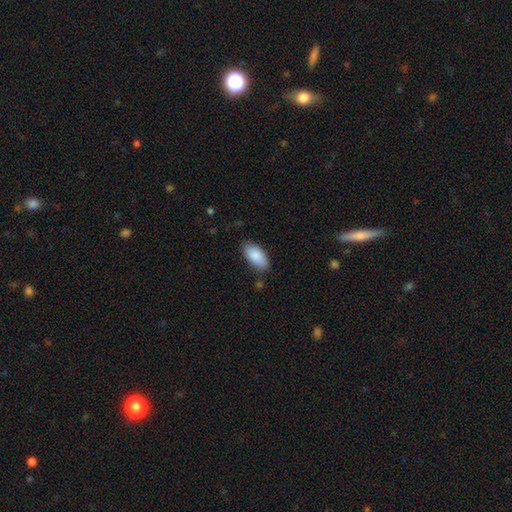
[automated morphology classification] Smooth or featured: smooth — 88% (star or artifact — 6%)
How rounded: in between — 93% (cigar-shaped — 5%)
Merging: none — 81% (minor disturbance — 14%)